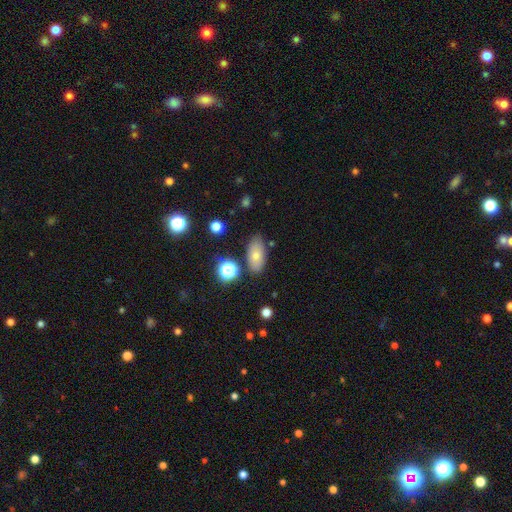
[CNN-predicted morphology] smooth-or-featured: smooth: 66% | featured or disk: 18% | star or artifact: 16%
  how-rounded: in between: 87% | round: 7% | cigar-shaped: 6%
  merging: none: 82% | minor disturbance: 11% | merger: 4% | major disturbance: 3%